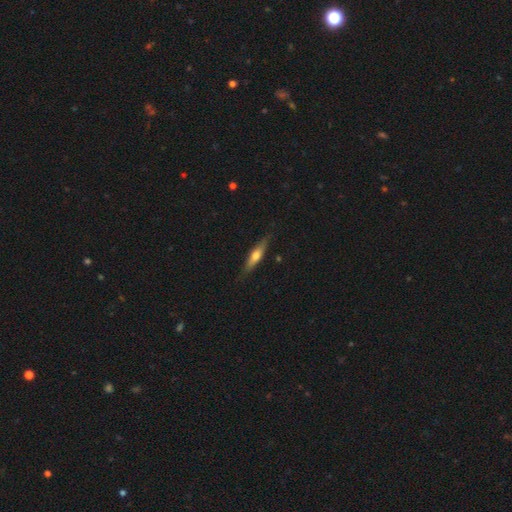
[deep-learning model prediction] Smooth or featured: smooth — 50% (featured or disk — 44%)
How rounded: cigar-shaped — 74% (in between — 23%)
Merging: none — 83% (minor disturbance — 13%)